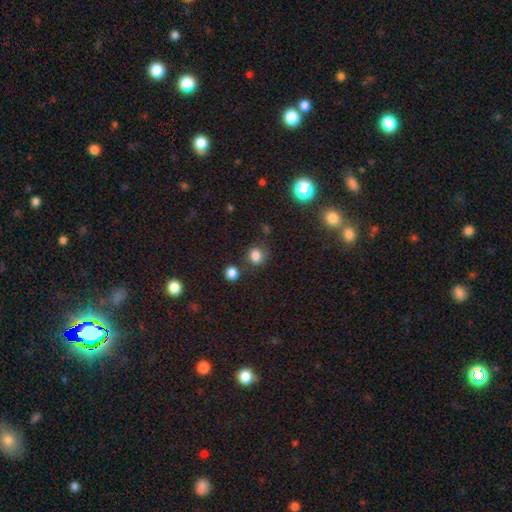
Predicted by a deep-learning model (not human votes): smooth-or-featured: smooth: 81% | star or artifact: 14% | featured or disk: 5%
  how-rounded: round: 73% | in between: 26% | cigar-shaped: 1%
  merging: none: 73% | minor disturbance: 13% | merger: 9% | major disturbance: 5%